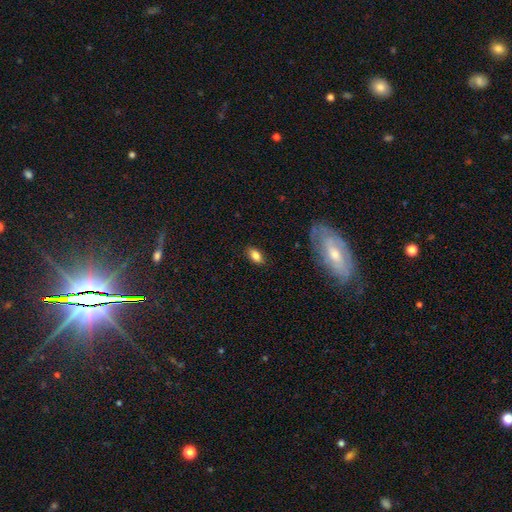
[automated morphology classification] A smooth galaxy with no disk features (82%) that is in between round and cigar-shaped (89%). Merging: none (86%).